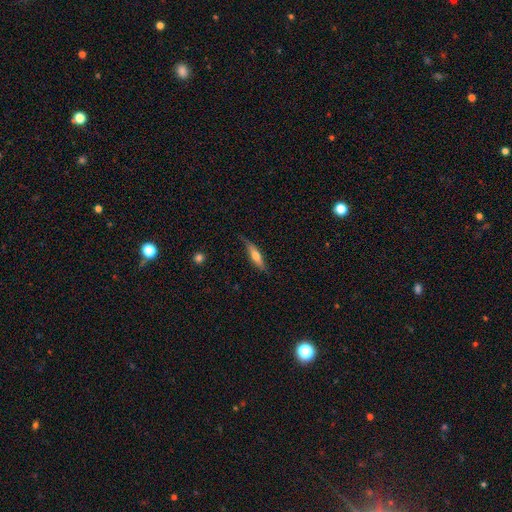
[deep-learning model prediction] The model was most divided on "smooth or featured": smooth: 49%, featured or disk: 45%, star or artifact: 6%. More confident: merging — none (72%).